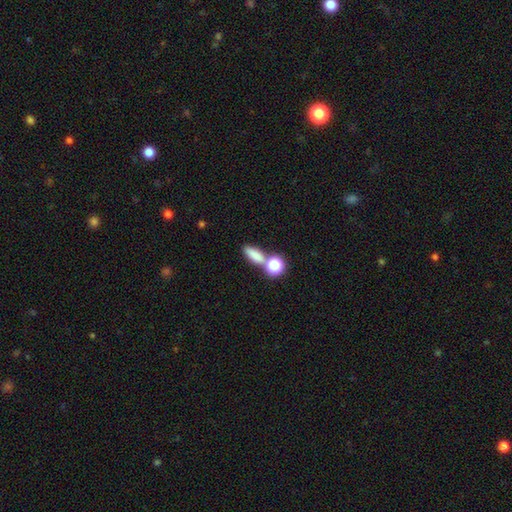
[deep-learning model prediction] Smooth or featured: smooth — 79% (star or artifact — 12%)
How rounded: in between — 54% (cigar-shaped — 26%)
Merging: none — 54% (merger — 31%)